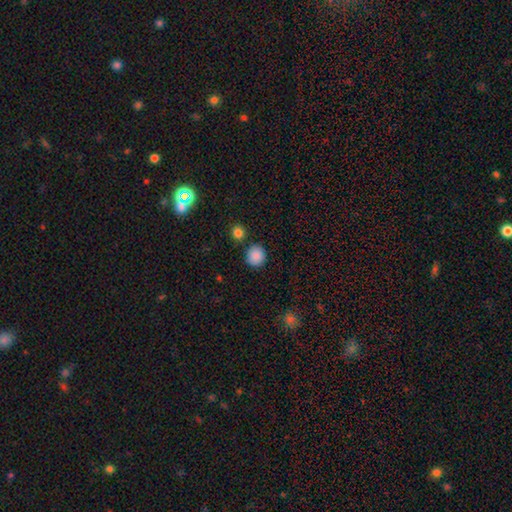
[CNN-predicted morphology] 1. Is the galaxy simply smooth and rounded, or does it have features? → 88% smooth, 9% star or artifact, 3% featured or disk.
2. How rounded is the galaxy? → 89% round, 10% in between, 1% cigar-shaped.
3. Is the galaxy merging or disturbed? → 85% none, 8% minor disturbance, 5% merger, 2% major disturbance.